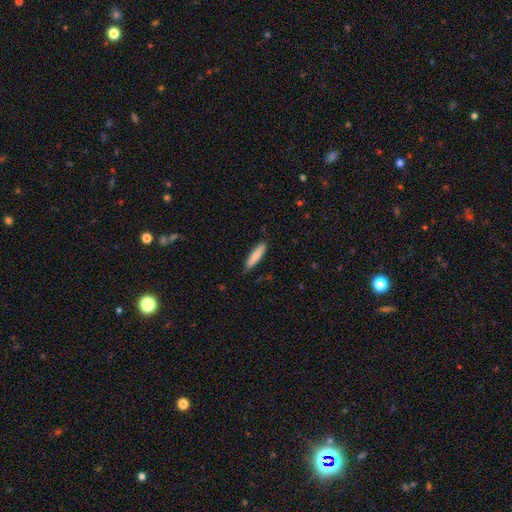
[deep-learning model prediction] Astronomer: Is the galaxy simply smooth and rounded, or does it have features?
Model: smooth — 83%.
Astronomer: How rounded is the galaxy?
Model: cigar-shaped — 80%.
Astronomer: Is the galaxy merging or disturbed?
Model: none — 84%.